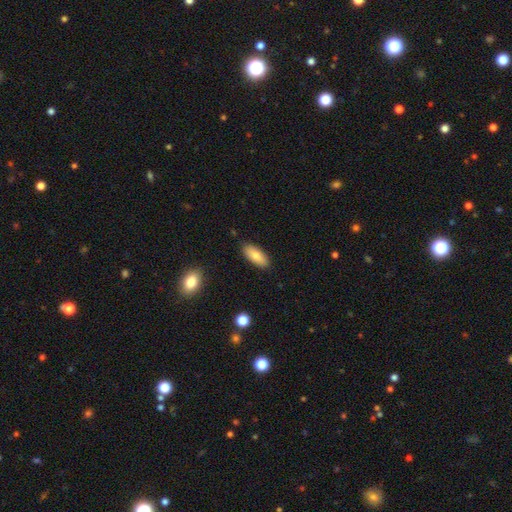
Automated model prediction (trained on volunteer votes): Q: Smooth or featured?
A: smooth (80%); runner-up: featured or disk (13%)
Q: How rounded?
A: in between (84%); runner-up: cigar-shaped (14%)
Q: Merging?
A: none (88%); runner-up: minor disturbance (9%)